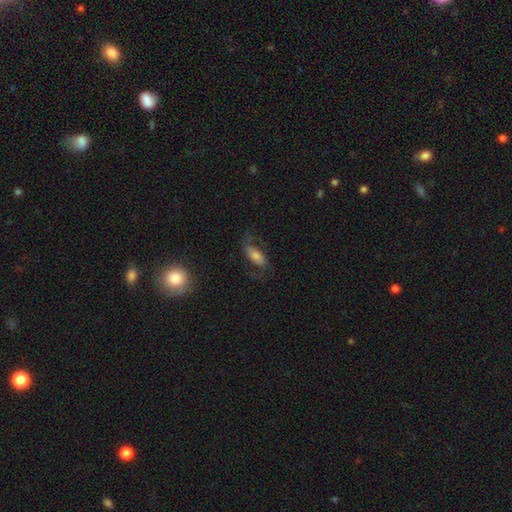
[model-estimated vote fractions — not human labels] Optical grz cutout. It shows a smooth galaxy with no disk features (48%). Merging: none (61%).